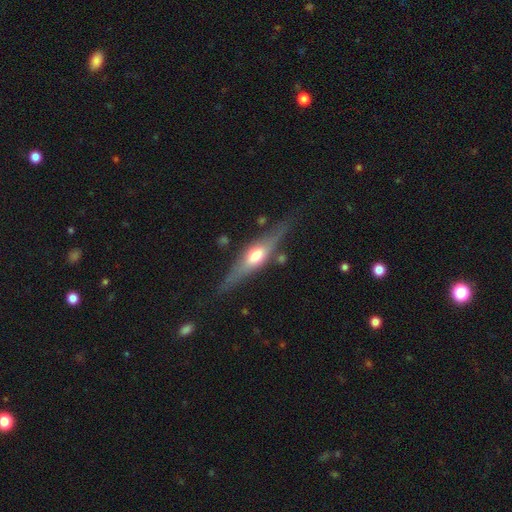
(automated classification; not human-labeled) This appears to be a featured or disk galaxy (67%) viewed edge-on (92%) with a rounded central bulge (88%). Merging: none (80%).